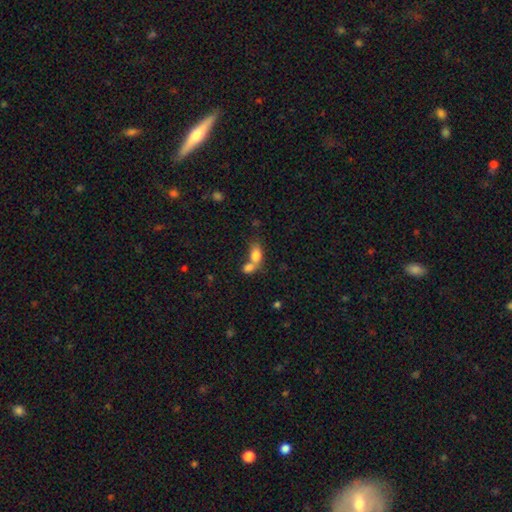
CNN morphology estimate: type=smooth (79%); roundness=in between (82%); merging=merger (63%).